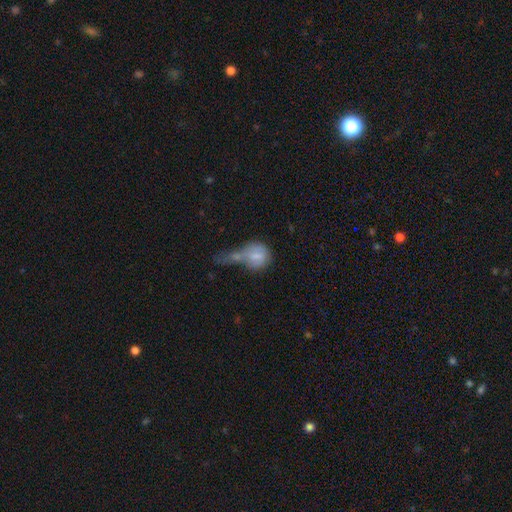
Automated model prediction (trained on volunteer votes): Q: Smooth or featured?
A: smooth (66%); runner-up: featured or disk (25%)
Q: How rounded?
A: round (70%); runner-up: in between (27%)
Q: Merging?
A: merger (50%); runner-up: major disturbance (21%)